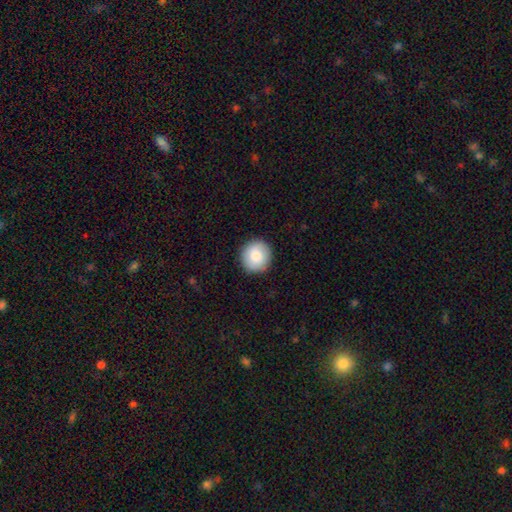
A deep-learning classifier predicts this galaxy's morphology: The model was most divided on "smooth or featured": smooth: 80%, featured or disk: 12%, star or artifact: 7%. More confident: how rounded — round (92%); merging — none (91%).